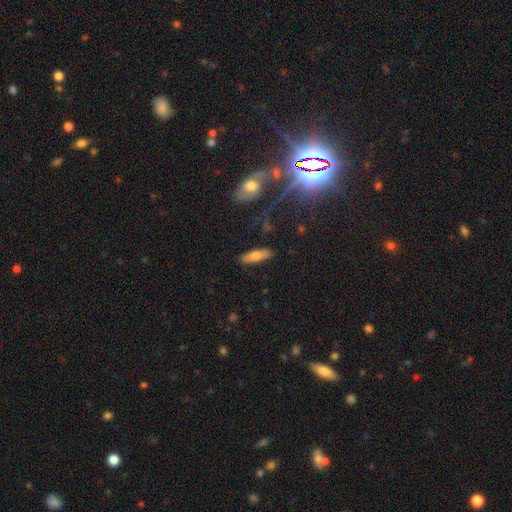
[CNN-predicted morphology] Q: Smooth or featured?
A: smooth (70%); runner-up: featured or disk (21%)
Q: How rounded?
A: cigar-shaped (53%); runner-up: in between (45%)
Q: Merging?
A: none (86%); runner-up: minor disturbance (10%)